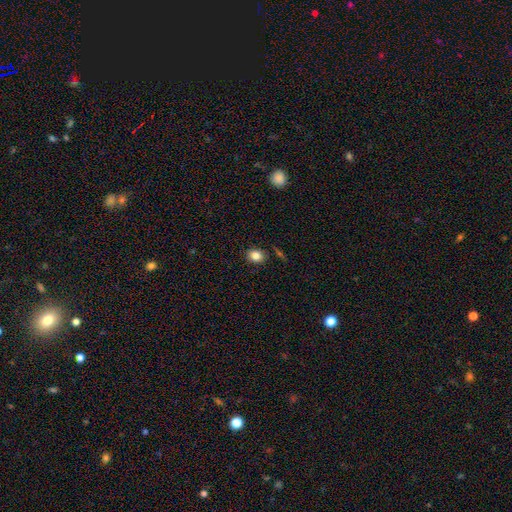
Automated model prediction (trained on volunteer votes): Overall: smooth (83%). How rounded: in between (49%, tied with round). Merging: none (84%).